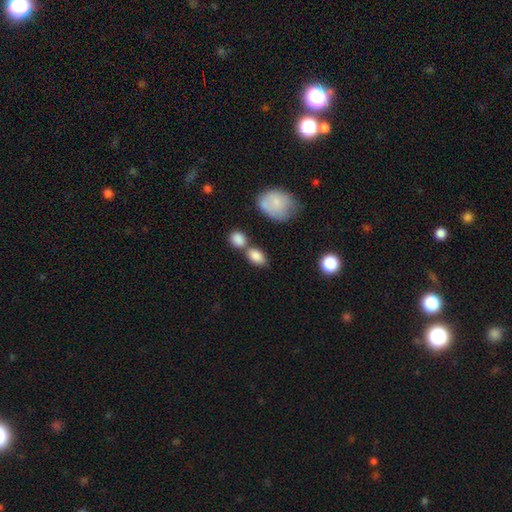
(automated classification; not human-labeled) Smooth or featured? smooth (84%)
How rounded? in between (85%)
Merging? none (44%)